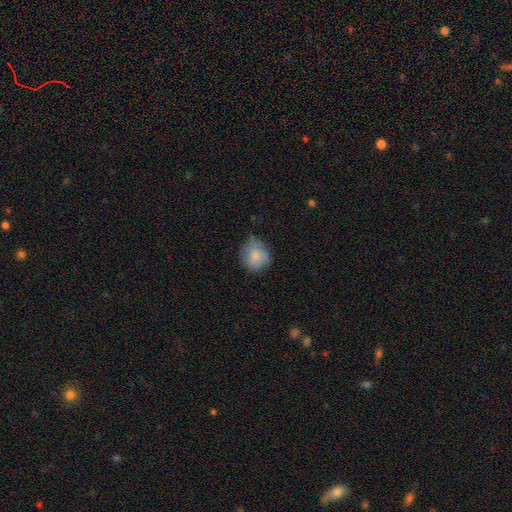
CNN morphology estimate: Overall: smooth (76%). How rounded: round (79%). Merging: none (61%; minor disturbance 29%).